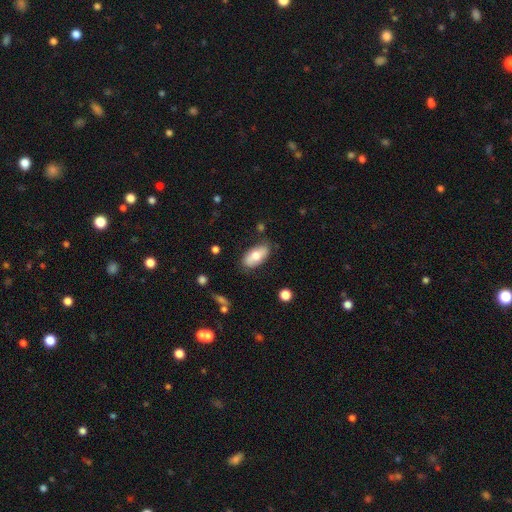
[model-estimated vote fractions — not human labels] smooth 71%, featured or disk 23%, star or artifact 6%. Down the decision tree: how rounded — in between (92%); merging — none (78%).